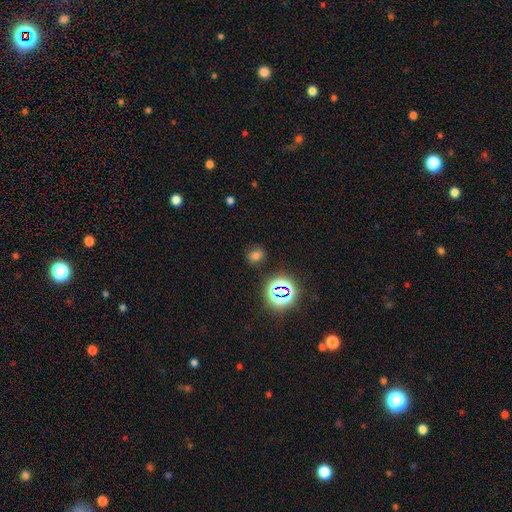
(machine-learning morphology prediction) Overall: smooth (65%; star or artifact 28%). How rounded: round (56%; in between 43%). Merging: none (81%).